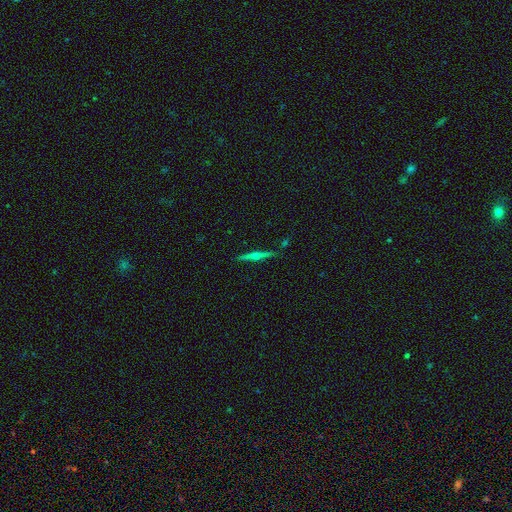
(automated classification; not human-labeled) Smooth or featured? Predicted: featured or disk (p=0.74). Edge-on disk? Predicted: yes (p=0.98). Edge-on bulge? Predicted: rounded (p=0.93). Merging? Predicted: none (p=0.88).